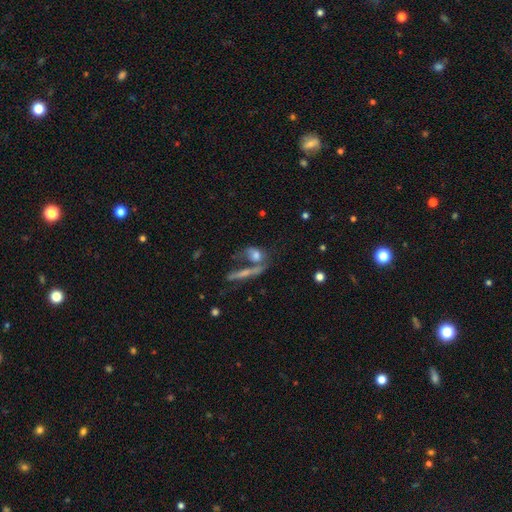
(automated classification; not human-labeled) This appears to be a smooth galaxy with no disk features (55%) that is in between round and cigar-shaped (58%). Merging: merger (40%).